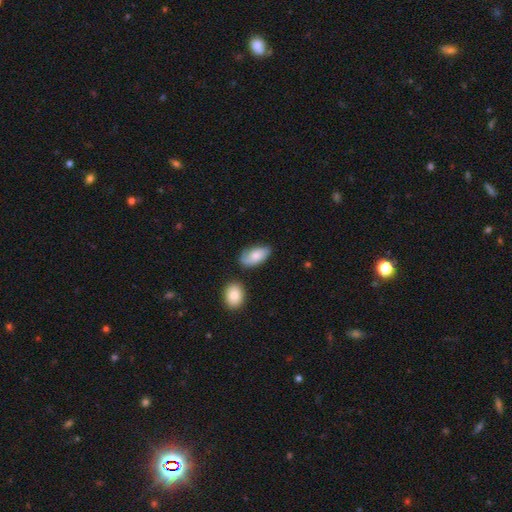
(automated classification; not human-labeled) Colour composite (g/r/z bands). It shows a smooth galaxy with no disk features (62%) that is in between round and cigar-shaped (93%). Merging: none (60%).